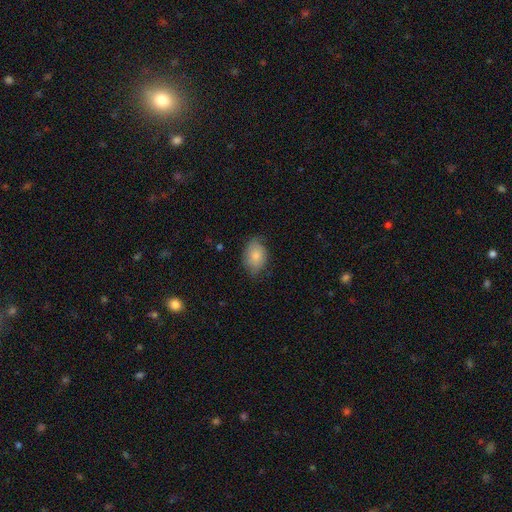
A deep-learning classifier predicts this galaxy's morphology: Smooth or featured?
  - smooth: 80% *
  - featured or disk: 13%
  - star or artifact: 7%
How rounded?
  - in between: 82% *
  - round: 17%
  - cigar-shaped: 1%
Merging?
  - none: 69% *
  - minor disturbance: 25%
  - major disturbance: 5%
  - merger: 1%